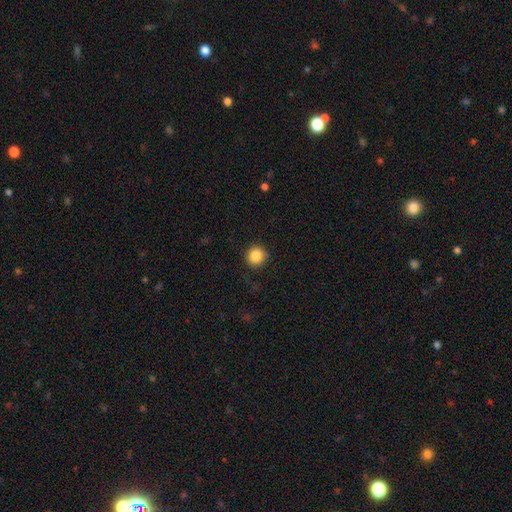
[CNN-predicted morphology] This appears to be a smooth galaxy with no disk features (86%) that is round (93%). Merging: none (86%).